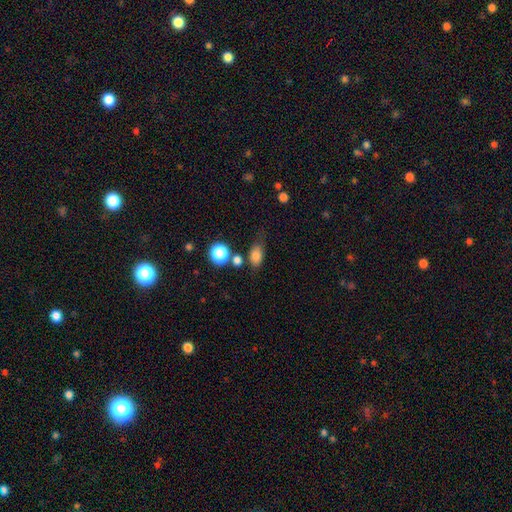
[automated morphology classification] Overall: smooth (80%). How rounded: in between (79%). Merging: none (62%).